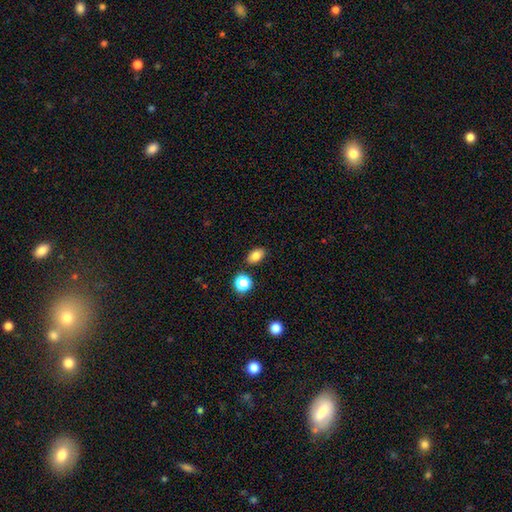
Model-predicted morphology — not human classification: Smooth or featured? Predicted: smooth (p=0.83). How rounded? Predicted: in between (p=0.84). Merging? Predicted: none (p=0.85).